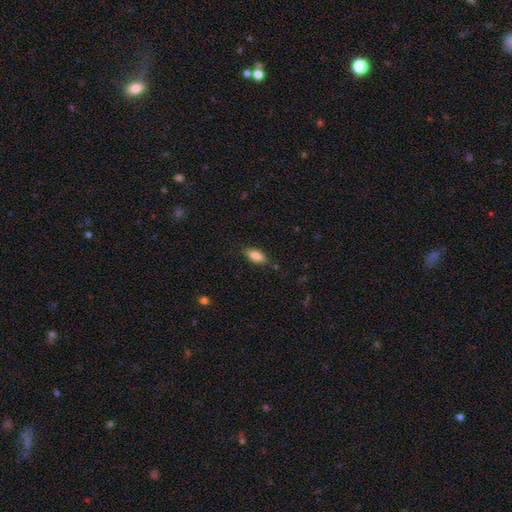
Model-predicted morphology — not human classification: Smooth or featured?
  - smooth: 84% *
  - featured or disk: 8%
  - star or artifact: 7%
How rounded?
  - in between: 82% *
  - cigar-shaped: 15%
  - round: 3%
Merging?
  - none: 82% *
  - minor disturbance: 13%
  - major disturbance: 3%
  - merger: 2%